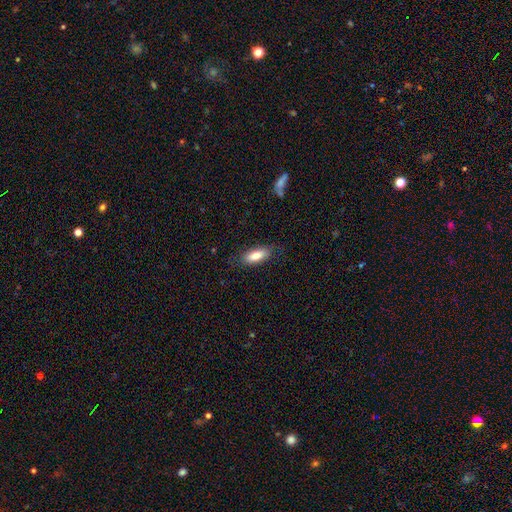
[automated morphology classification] Q: Smooth or featured?
A: smooth (80%); runner-up: featured or disk (14%)
Q: How rounded?
A: in between (72%); runner-up: cigar-shaped (26%)
Q: Merging?
A: none (79%); runner-up: minor disturbance (16%)